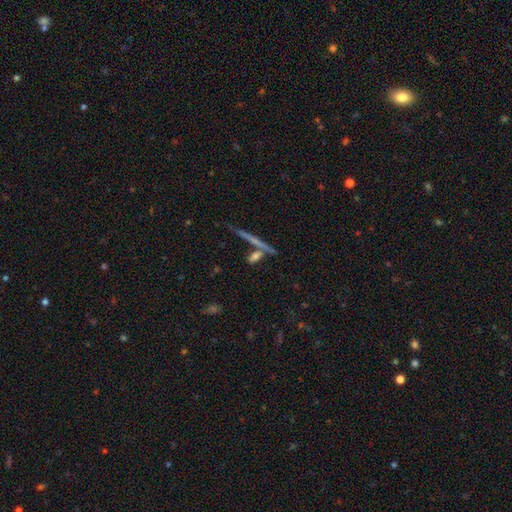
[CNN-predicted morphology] smooth 48%, featured or disk 41%, star or artifact 11%. Down the decision tree: merging — none (63%).